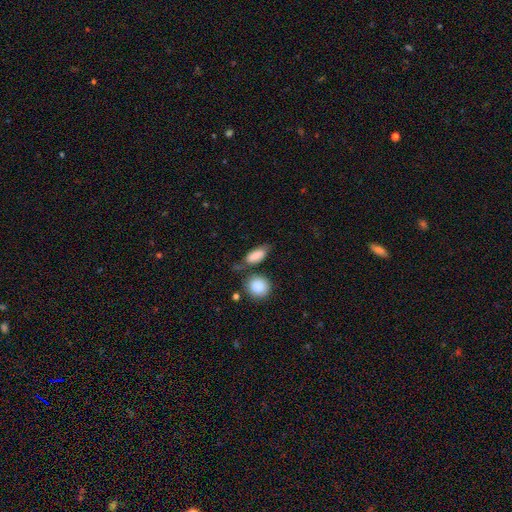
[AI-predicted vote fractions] Smooth or featured: smooth — 79% (featured or disk — 14%)
How rounded: in between — 81% (cigar-shaped — 12%)
Merging: none — 58% (minor disturbance — 23%)